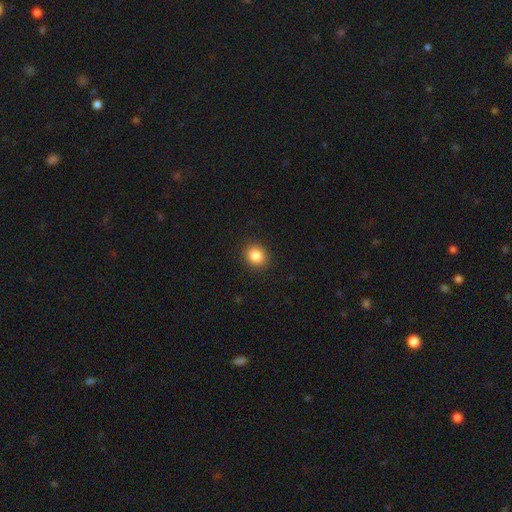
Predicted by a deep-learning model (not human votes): Overall: smooth (86%). How rounded: round (78%). Merging: none (91%).